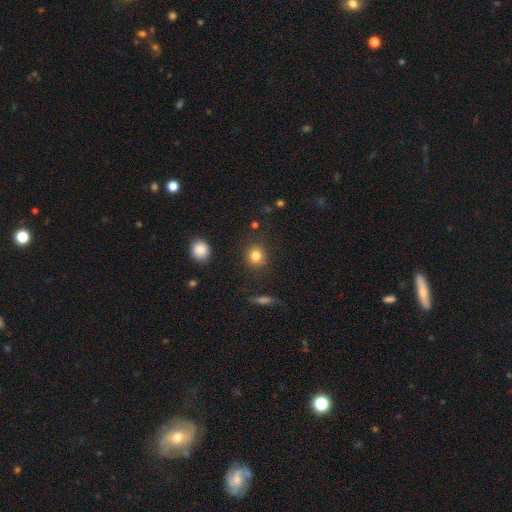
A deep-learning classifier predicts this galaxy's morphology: Overall: smooth (83%). How rounded: round (85%). Merging: none (87%).